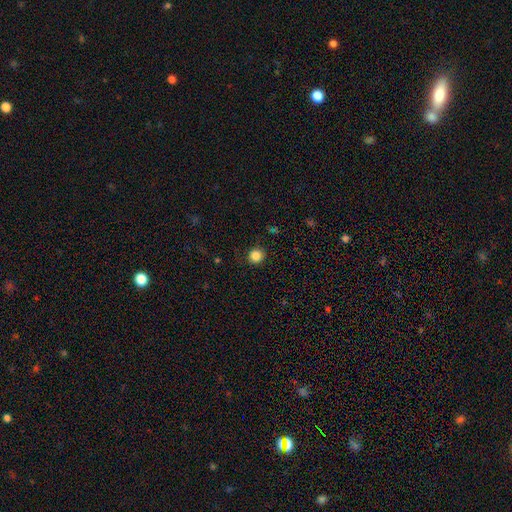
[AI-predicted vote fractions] This appears to be a smooth galaxy with no disk features (85%) that is round (91%). Merging: none (89%).